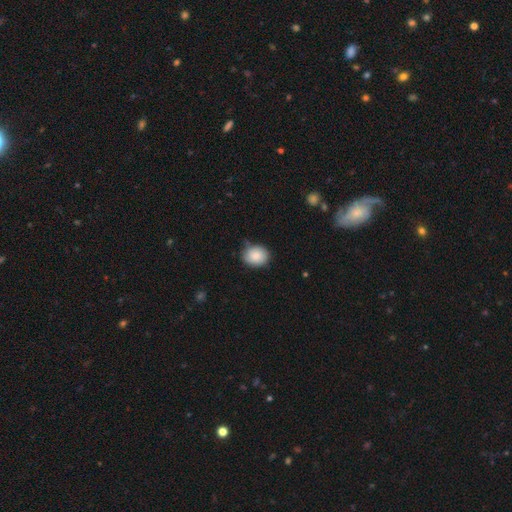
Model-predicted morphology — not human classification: smooth-or-featured: smooth: 86% | star or artifact: 7% | featured or disk: 7%
  how-rounded: round: 55% | in between: 44% | cigar-shaped: 1%
  merging: none: 72% | minor disturbance: 22% | major disturbance: 4% | merger: 2%